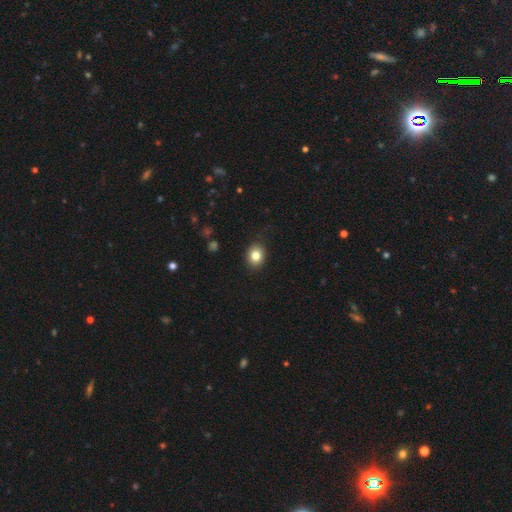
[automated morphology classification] Smooth or featured?
  - smooth: 82% *
  - star or artifact: 10%
  - featured or disk: 8%
How rounded?
  - round: 54% *
  - in between: 45%
  - cigar-shaped: 1%
Merging?
  - none: 87% *
  - minor disturbance: 10%
  - major disturbance: 2%
  - merger: 1%